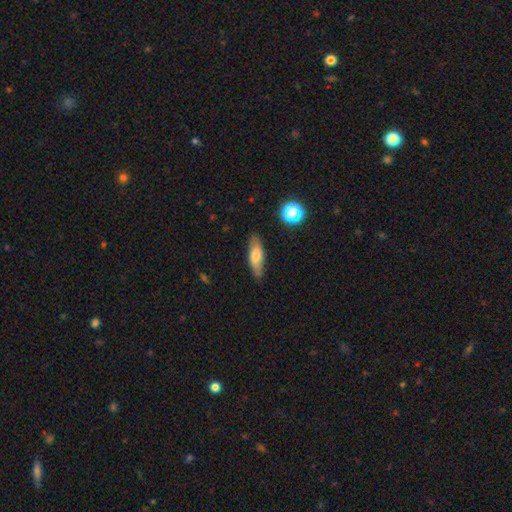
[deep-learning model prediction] smooth_or_featured: smooth (p=0.70) [alt: featured or disk p=0.22]
how_rounded: in between (p=0.54) [alt: cigar-shaped p=0.43]
merging: none (p=0.83) [alt: minor disturbance p=0.13]